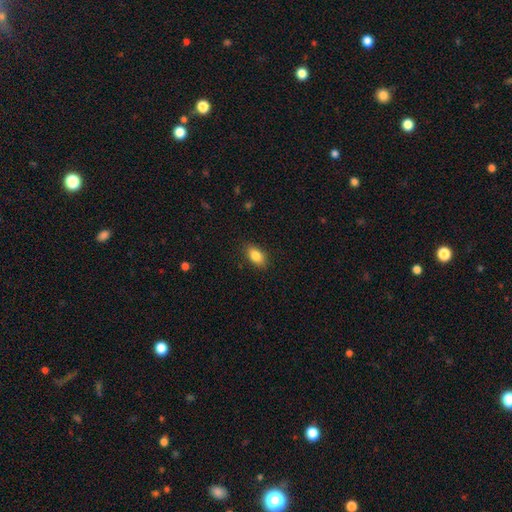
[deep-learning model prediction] smooth_or_featured: smooth (p=0.85) [alt: star or artifact p=0.08]
how_rounded: in between (p=0.88) [alt: round p=0.07]
merging: none (p=0.87) [alt: minor disturbance p=0.10]